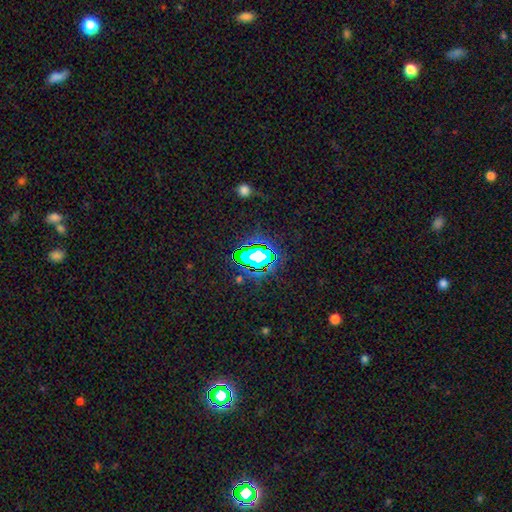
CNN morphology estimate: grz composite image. It shows a star or artifact, not a galaxy (72%).